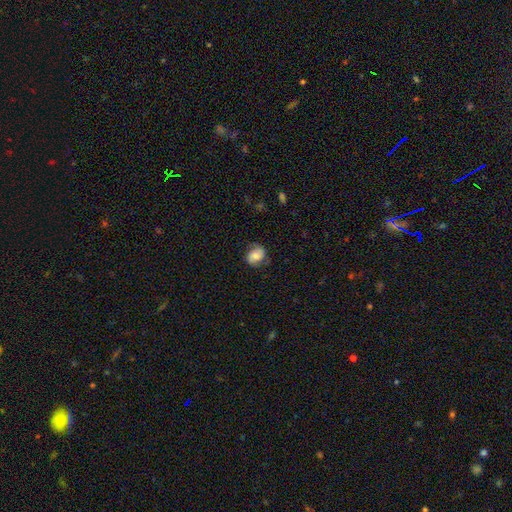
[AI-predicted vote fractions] Smooth or featured?
  - smooth: 54% *
  - featured or disk: 37%
  - star or artifact: 9%
How rounded?
  - round: 54% *
  - in between: 45%
  - cigar-shaped: 1%
Merging?
  - none: 69% *
  - minor disturbance: 22%
  - major disturbance: 8%
  - merger: 1%